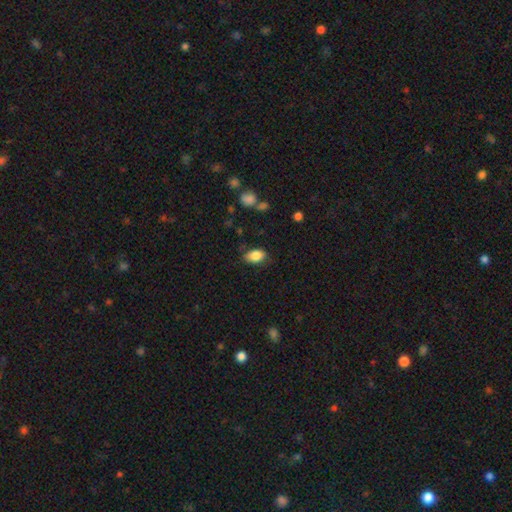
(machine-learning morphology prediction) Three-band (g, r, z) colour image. It shows a smooth galaxy with no disk features (86%) that is in between round and cigar-shaped (89%). Merging: none (75%).